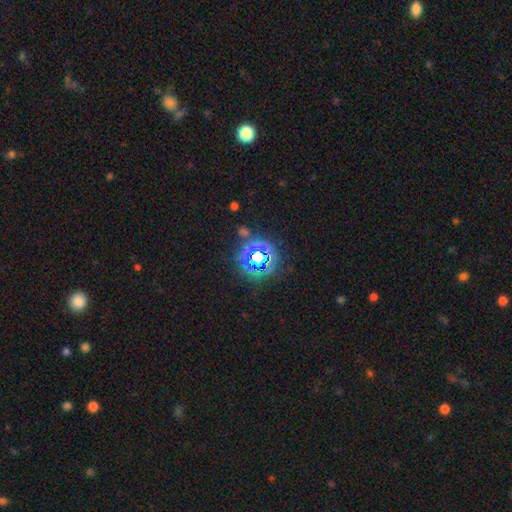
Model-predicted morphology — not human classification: A star or artifact, not a galaxy (74%).